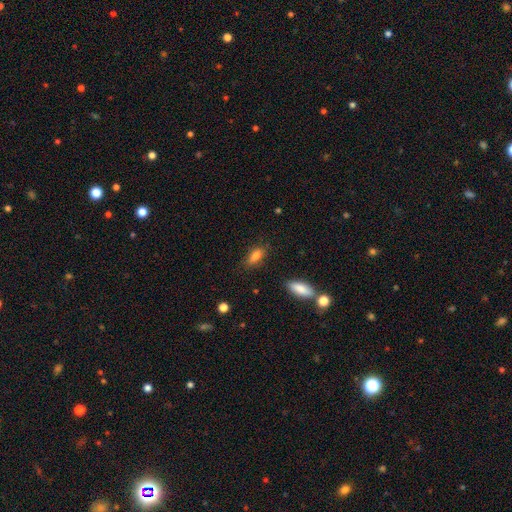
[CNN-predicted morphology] This appears to be a smooth galaxy with no disk features (82%) that is in between round and cigar-shaped (78%). Merging: none (79%).